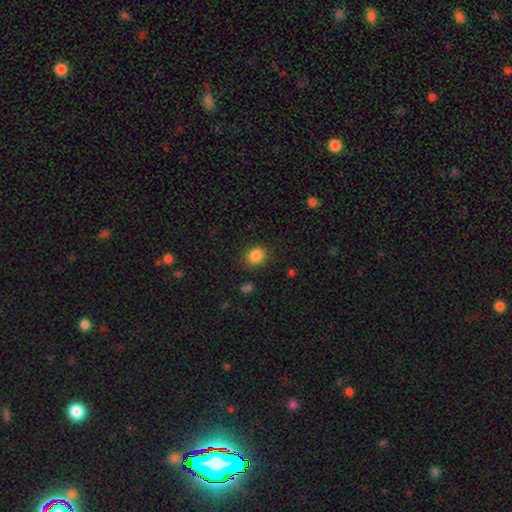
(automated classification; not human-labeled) Smooth or featured: smooth — 86% (star or artifact — 10%)
How rounded: round — 71% (in between — 28%)
Merging: none — 85% (minor disturbance — 10%)